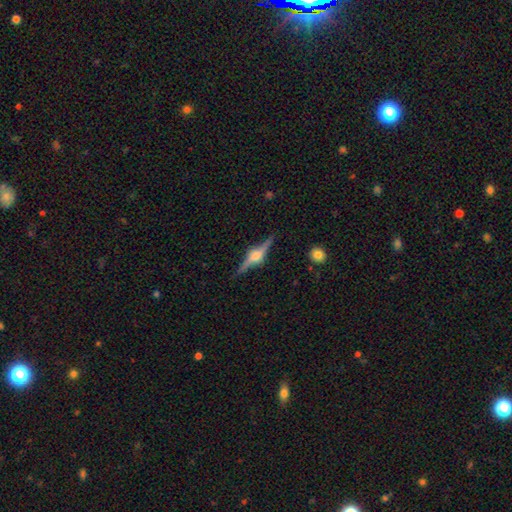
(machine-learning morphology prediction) Smooth or featured?
  - featured or disk: 86% *
  - smooth: 8%
  - star or artifact: 5%
Edge-on disk?
  - yes: 98% *
  - no: 2%
Edge-on bulge?
  - rounded: 92% *
  - boxy: 7%
  - none: 1%
Merging?
  - none: 88% *
  - minor disturbance: 9%
  - major disturbance: 2%
  - merger: 1%